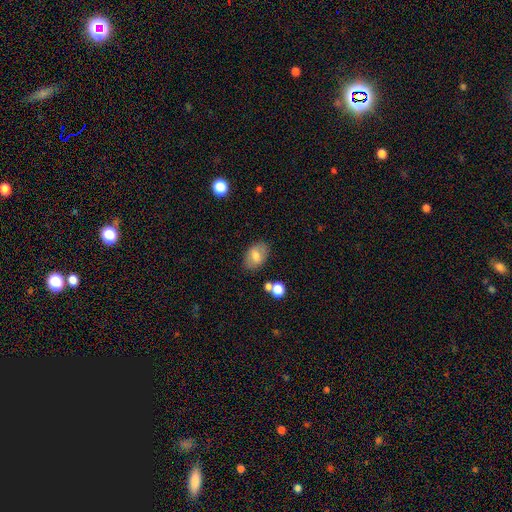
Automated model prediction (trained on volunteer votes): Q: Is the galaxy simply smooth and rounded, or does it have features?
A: smooth — 69%.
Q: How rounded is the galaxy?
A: in between — 84%.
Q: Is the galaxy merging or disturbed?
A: none — 80%.